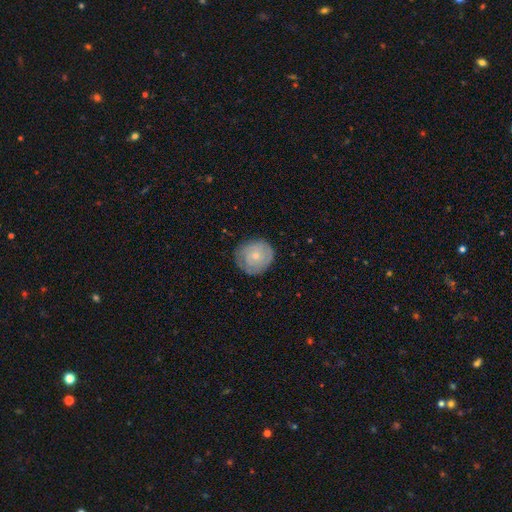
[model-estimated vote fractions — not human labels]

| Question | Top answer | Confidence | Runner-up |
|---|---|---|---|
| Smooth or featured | featured or disk | 47% | smooth (46%) |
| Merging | none | 77% | minor disturbance (17%) |